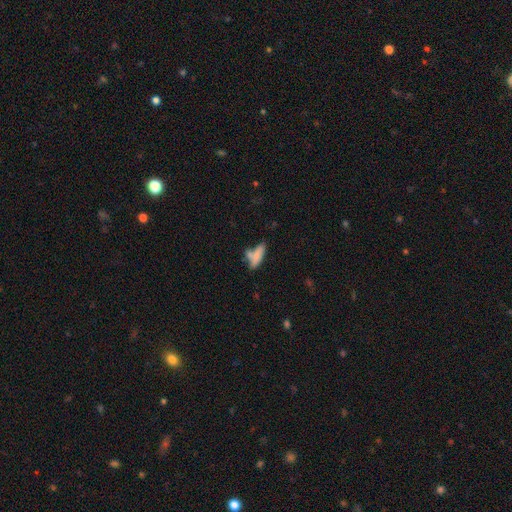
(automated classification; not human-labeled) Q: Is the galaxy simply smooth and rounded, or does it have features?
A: smooth — 73%.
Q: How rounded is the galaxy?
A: in between — 53%.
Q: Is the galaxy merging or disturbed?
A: none — 42%.